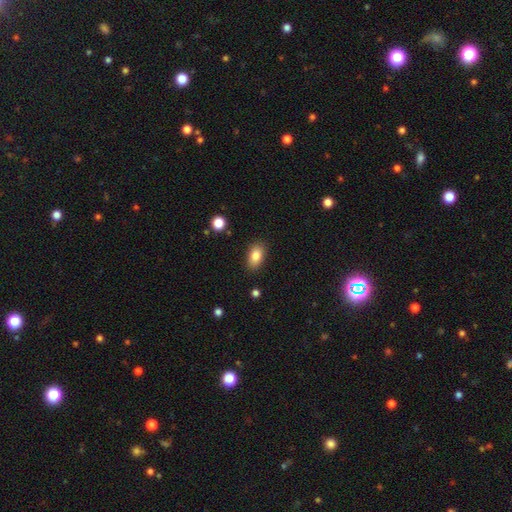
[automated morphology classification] Q: Smooth or featured?
A: smooth (84%); runner-up: star or artifact (8%)
Q: How rounded?
A: in between (89%); runner-up: round (8%)
Q: Merging?
A: none (86%); runner-up: minor disturbance (10%)